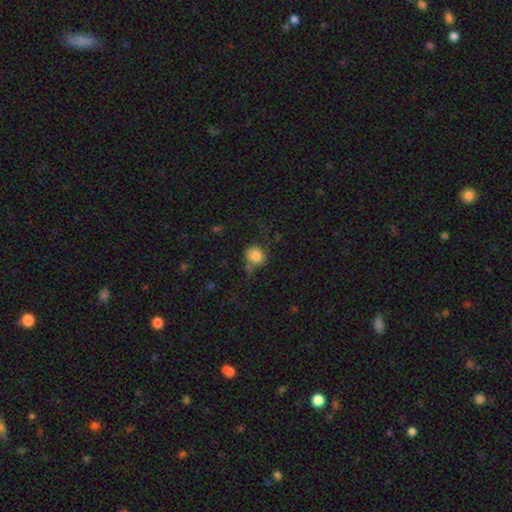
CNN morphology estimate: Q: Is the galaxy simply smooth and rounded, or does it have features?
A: smooth — 79%.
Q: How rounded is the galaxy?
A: round — 71%.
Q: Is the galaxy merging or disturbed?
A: none — 49%.